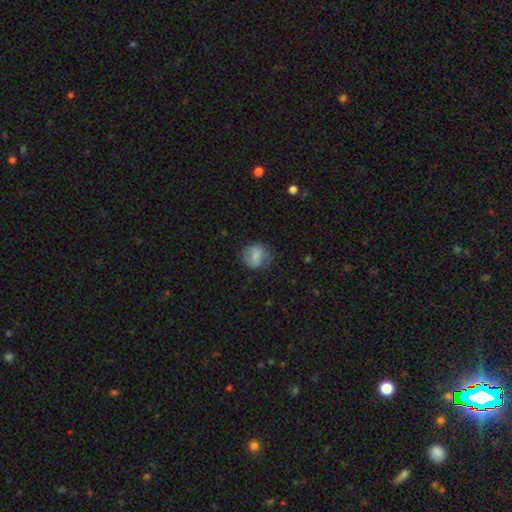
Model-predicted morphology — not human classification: Smooth or featured: smooth — 79% (featured or disk — 13%)
How rounded: round — 77% (in between — 22%)
Merging: none — 73% (minor disturbance — 19%)